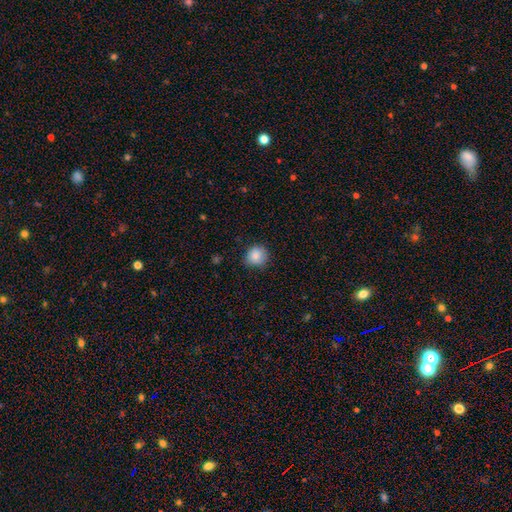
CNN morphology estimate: smooth_or_featured: smooth (p=0.85) [alt: star or artifact p=0.09]
how_rounded: round (p=0.82) [alt: in between p=0.17]
merging: none (p=0.77) [alt: minor disturbance p=0.19]